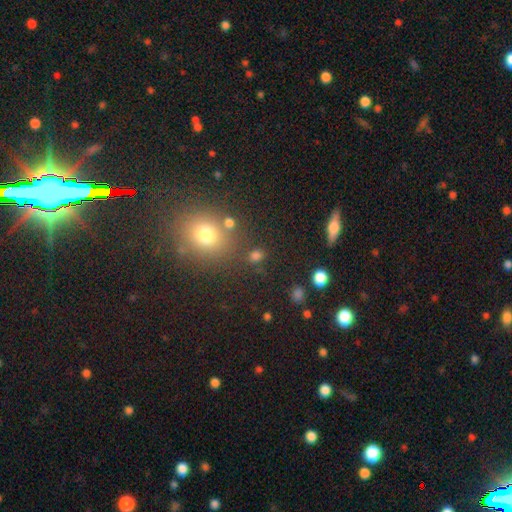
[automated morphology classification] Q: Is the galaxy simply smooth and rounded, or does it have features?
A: smooth — 74%.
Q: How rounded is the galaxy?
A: round — 61%.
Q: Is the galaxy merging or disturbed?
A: none — 78%.